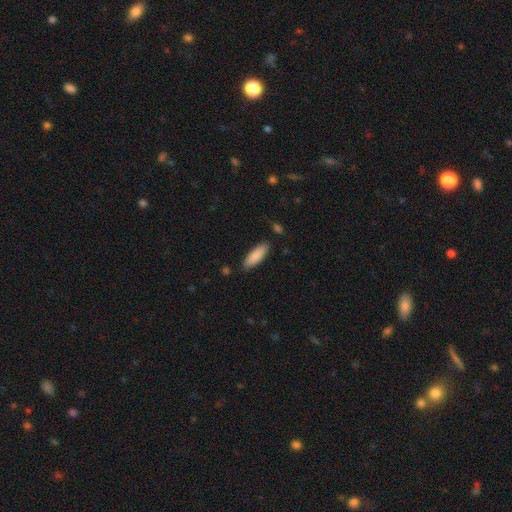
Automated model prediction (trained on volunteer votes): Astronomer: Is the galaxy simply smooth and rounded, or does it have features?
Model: smooth — 87%.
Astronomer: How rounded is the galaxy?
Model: in between — 53% (runner-up: cigar-shaped, 46%).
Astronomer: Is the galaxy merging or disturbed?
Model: none — 85%.